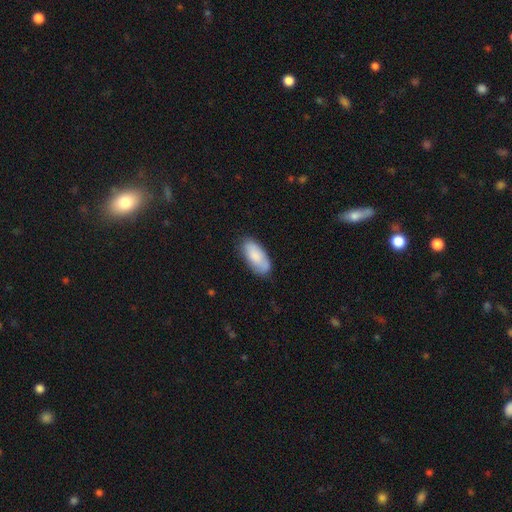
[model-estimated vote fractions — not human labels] Smooth or featured: smooth — 82% (featured or disk — 12%)
How rounded: in between — 92% (cigar-shaped — 6%)
Merging: none — 73% (minor disturbance — 21%)